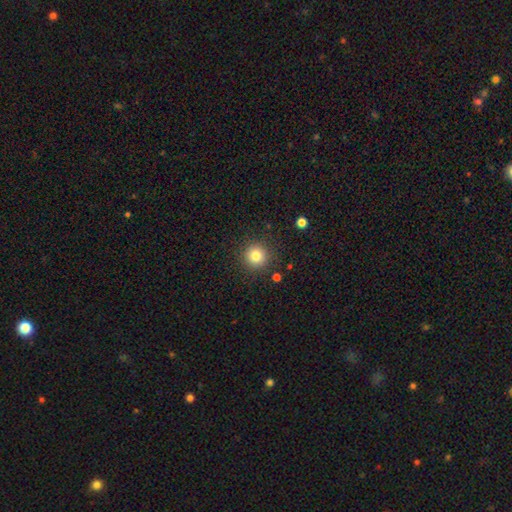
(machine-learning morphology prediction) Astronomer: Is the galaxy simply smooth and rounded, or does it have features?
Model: smooth — 81%.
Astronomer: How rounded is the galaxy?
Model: round — 94%.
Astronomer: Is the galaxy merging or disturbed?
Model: none — 90%.